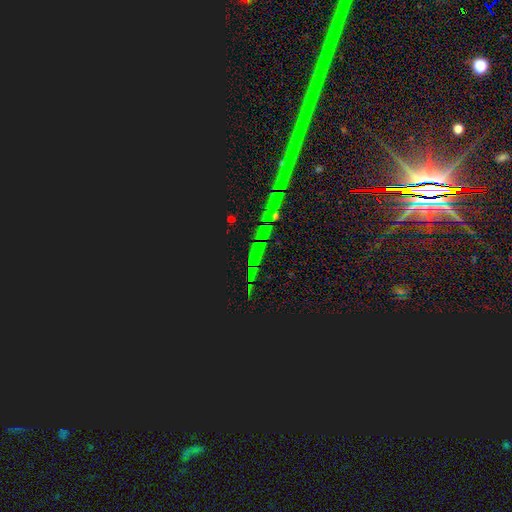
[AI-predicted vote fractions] This appears to be a star or artifact, not a galaxy (78%).